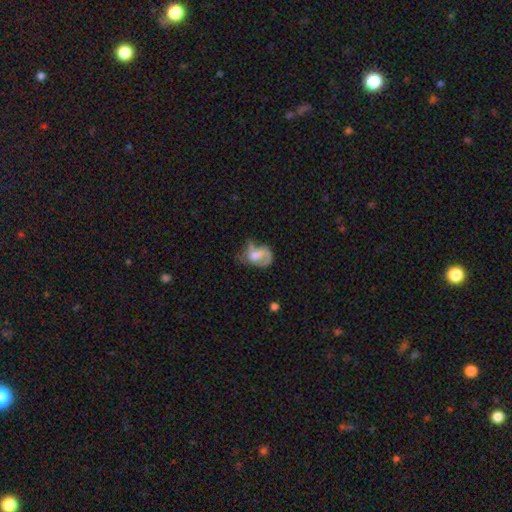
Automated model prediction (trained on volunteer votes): Morphology: type=featured or disk (47%); merging=major disturbance (42%).